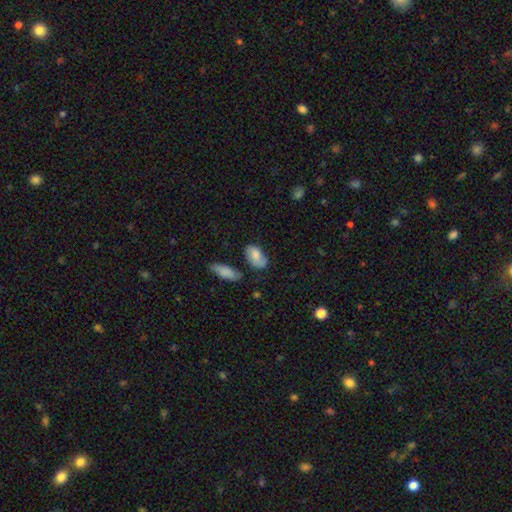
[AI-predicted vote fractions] Smooth or featured? Predicted: smooth (p=0.73). How rounded? Predicted: in between (p=0.91). Merging? Predicted: none (p=0.54).